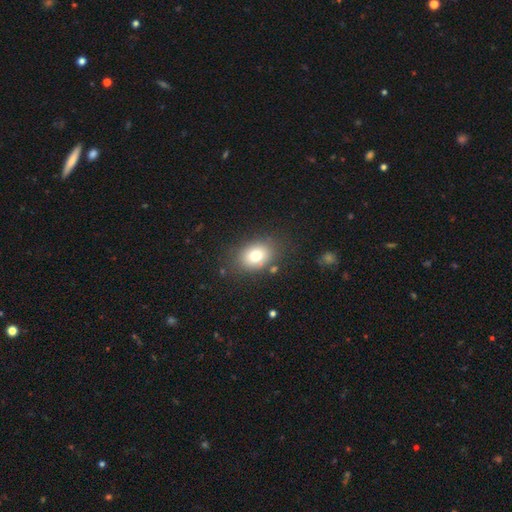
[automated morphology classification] smooth_or_featured: smooth (p=0.78) [alt: featured or disk p=0.12]
how_rounded: in between (p=0.64) [alt: round p=0.35]
merging: none (p=0.80) [alt: minor disturbance p=0.12]